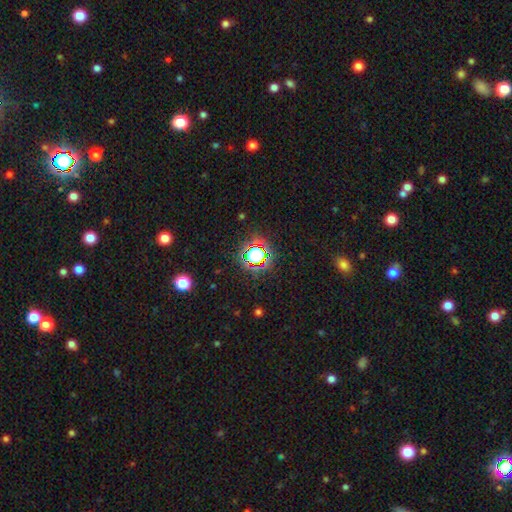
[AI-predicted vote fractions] star or artifact 65%, smooth 24%, featured or disk 11%.